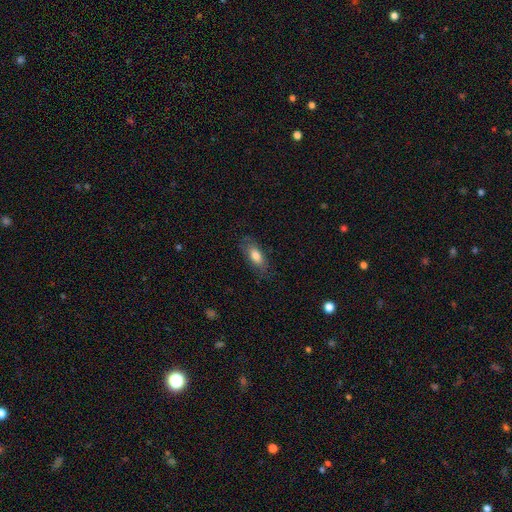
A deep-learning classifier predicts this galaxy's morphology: Smooth or featured? smooth (77%)
How rounded? in between (80%)
Merging? none (79%)